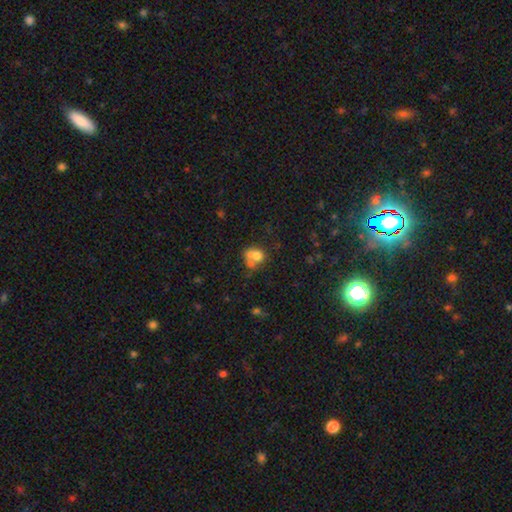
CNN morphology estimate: Smooth or featured? smooth (69%)
How rounded? round (55%)
Merging? merger (53%)